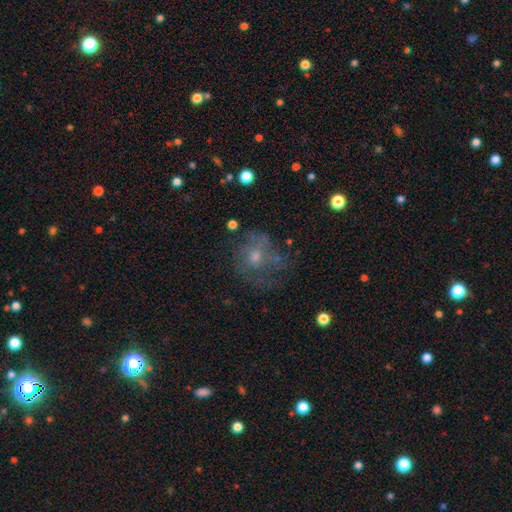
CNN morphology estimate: type=featured or disk (45%); merging=none (52%).